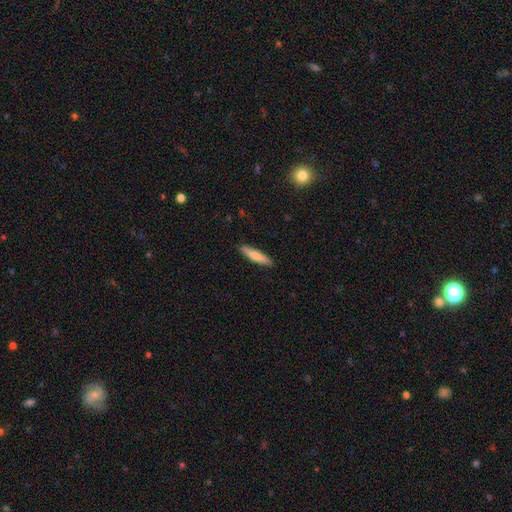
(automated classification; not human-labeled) A smooth galaxy with no disk features (75%) that is cigar-shaped (85%).

Vote fractions:
- Smooth or featured? smooth: 75% / featured or disk: 20% / star or artifact: 5%
- How rounded? cigar-shaped: 85% / in between: 14% / round: 1%
- Merging? none: 90% / minor disturbance: 8% / major disturbance: 1% / merger: 1%